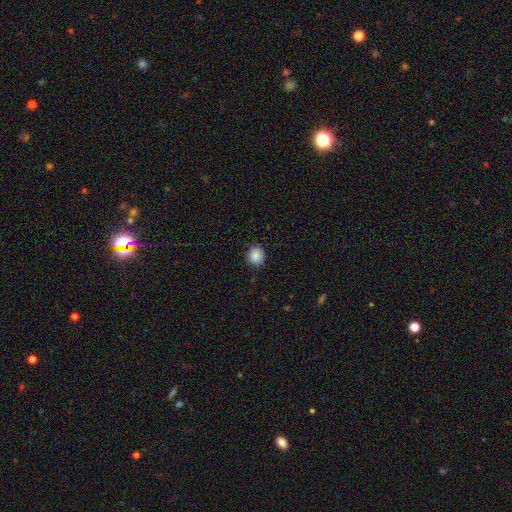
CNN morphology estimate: Overall: smooth (87%). How rounded: round (82%). Merging: none (86%).